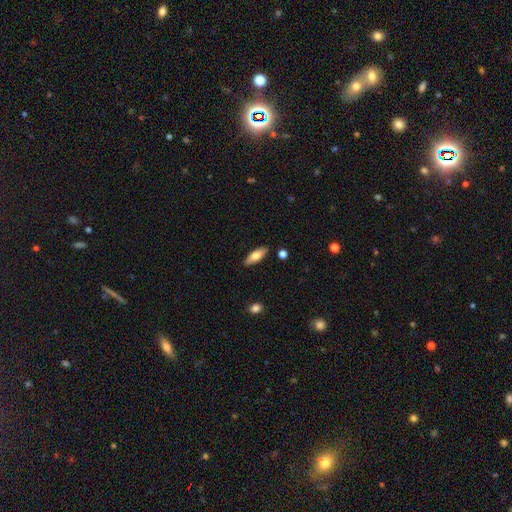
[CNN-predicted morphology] The model was most divided on "how rounded": in between: 64%, cigar-shaped: 34%, round: 2%. More confident: merging — none (87%); smooth or featured — smooth (69%).